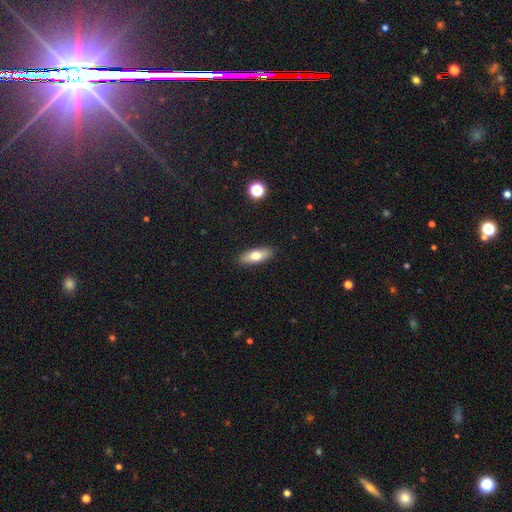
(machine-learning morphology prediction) Smooth or featured? smooth (72%)
How rounded? in between (69%)
Merging? none (89%)